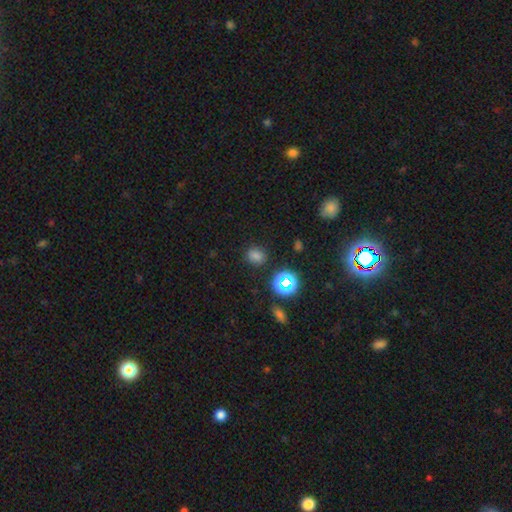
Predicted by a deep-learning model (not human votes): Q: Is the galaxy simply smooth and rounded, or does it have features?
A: smooth — 72%.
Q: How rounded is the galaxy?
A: round — 62%.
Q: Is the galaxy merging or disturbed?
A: none — 82%.